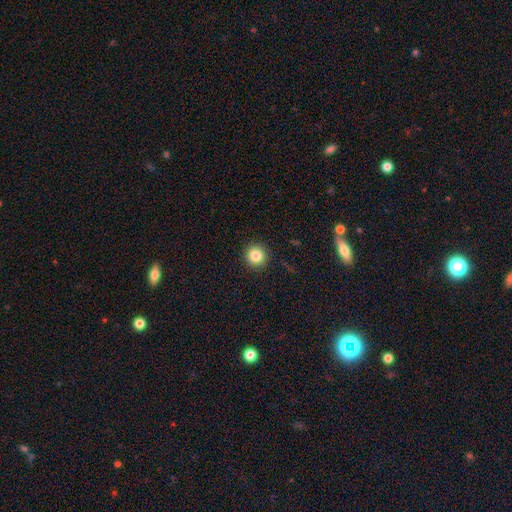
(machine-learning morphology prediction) Smooth or featured: smooth — 83% (star or artifact — 11%)
How rounded: round — 94% (in between — 5%)
Merging: none — 92% (minor disturbance — 5%)